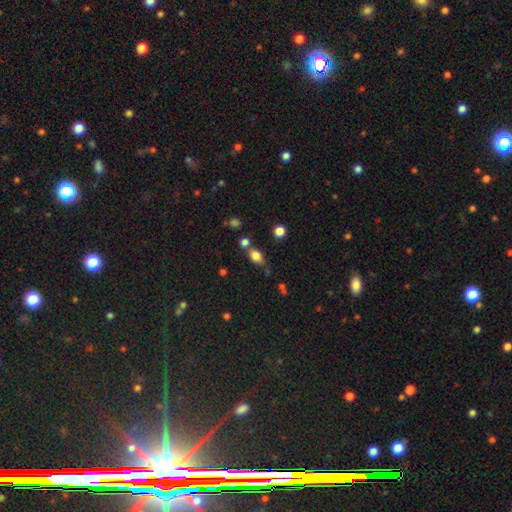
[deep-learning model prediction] Smooth or featured? Predicted: smooth (p=0.80). How rounded? Predicted: in between (p=0.69). Merging? Predicted: none (p=0.57).